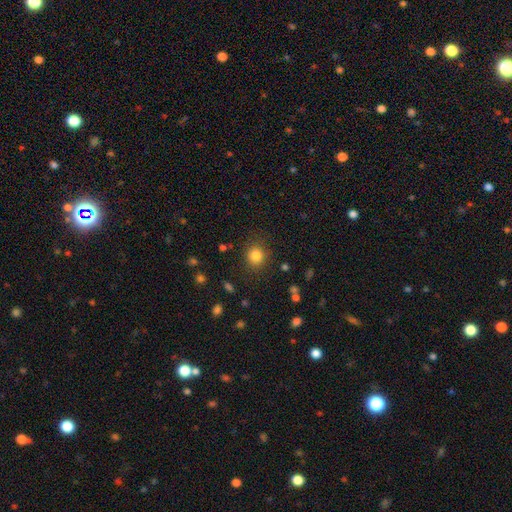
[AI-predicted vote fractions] Overall: smooth (83%). How rounded: round (85%). Merging: none (85%).